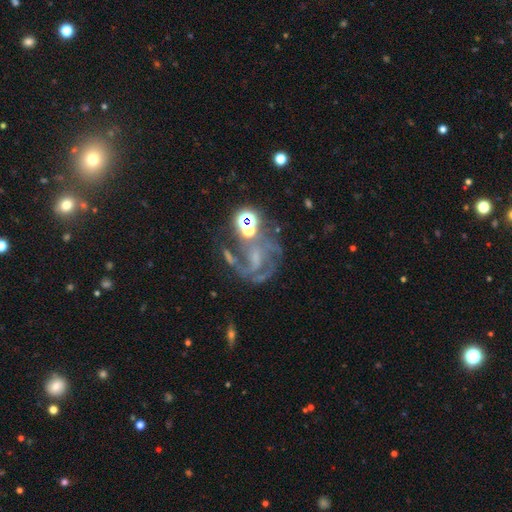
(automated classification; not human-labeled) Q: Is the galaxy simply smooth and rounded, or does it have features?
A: featured or disk — 72%.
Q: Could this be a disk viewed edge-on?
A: no — 98%.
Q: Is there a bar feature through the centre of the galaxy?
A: no — 46%.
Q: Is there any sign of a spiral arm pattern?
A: yes — 87%.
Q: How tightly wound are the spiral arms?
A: medium — 48%.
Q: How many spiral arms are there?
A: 3 — 28%.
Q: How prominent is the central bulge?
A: small — 39%.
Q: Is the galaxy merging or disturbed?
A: none — 43%.